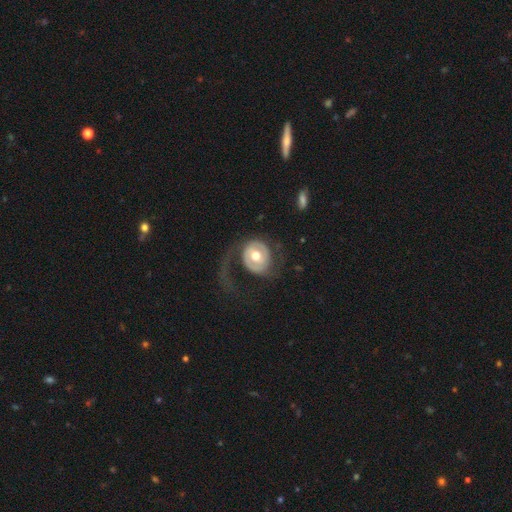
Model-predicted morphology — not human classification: Overall: featured or disk (65%; smooth 30%). Edge-on disk: no (96%). Bar: no (65%; weak 26%). Spiral arms: yes (65%; no 35%). Bulge size: moderate (74%). Merging: major disturbance (42%; none 41%).